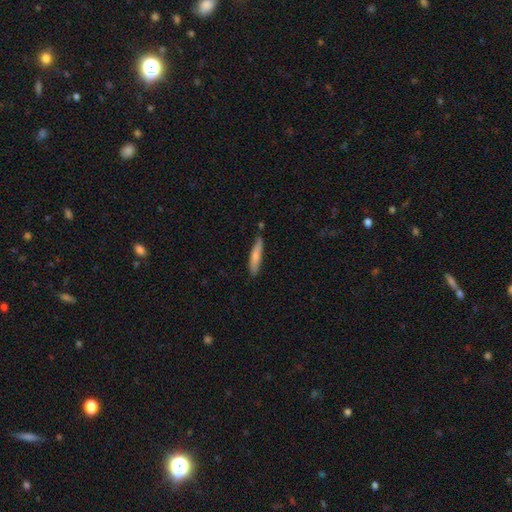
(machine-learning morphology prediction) smooth_or_featured: smooth (p=0.75) [alt: featured or disk p=0.19]
how_rounded: cigar-shaped (p=0.87) [alt: in between p=0.11]
merging: none (p=0.75) [alt: minor disturbance p=0.18]